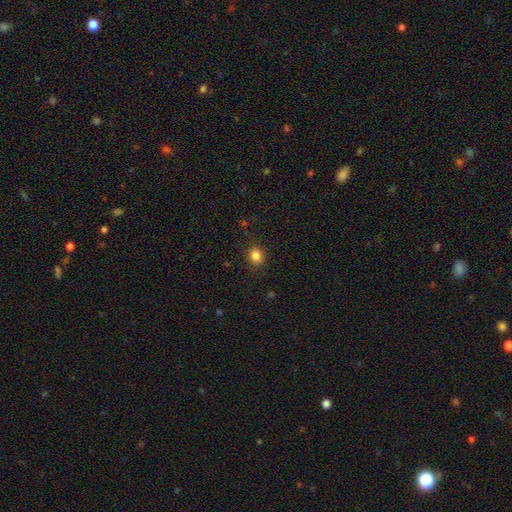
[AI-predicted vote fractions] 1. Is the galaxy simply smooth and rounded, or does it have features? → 84% smooth, 12% star or artifact, 4% featured or disk.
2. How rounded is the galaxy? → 70% round, 29% in between, 1% cigar-shaped.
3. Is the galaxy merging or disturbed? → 89% none, 8% minor disturbance, 3% major disturbance, 1% merger.